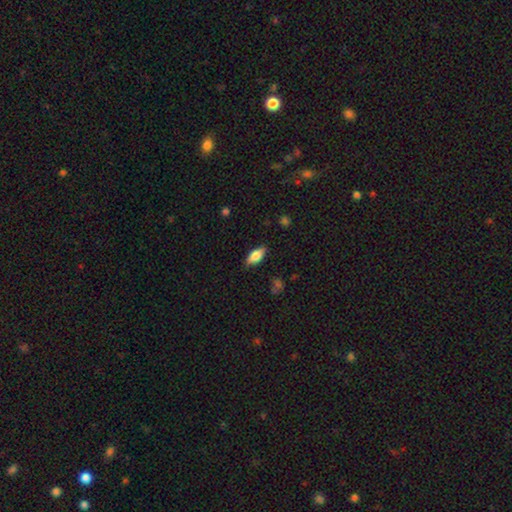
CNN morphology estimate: The model was most divided on "smooth or featured": smooth: 70%, featured or disk: 23%, star or artifact: 8%. More confident: how rounded — in between (83%); merging — none (82%).